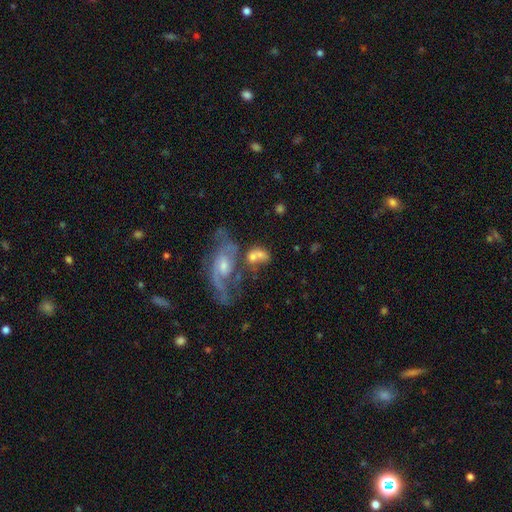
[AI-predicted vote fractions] A featured or disk galaxy (44%, tied with smooth).

Vote fractions:
- Smooth or featured? featured or disk: 44% (tied) / smooth: 44% (tied) / star or artifact: 11%
- Merging? merger: 47% / none: 24% / major disturbance: 15% / minor disturbance: 13%